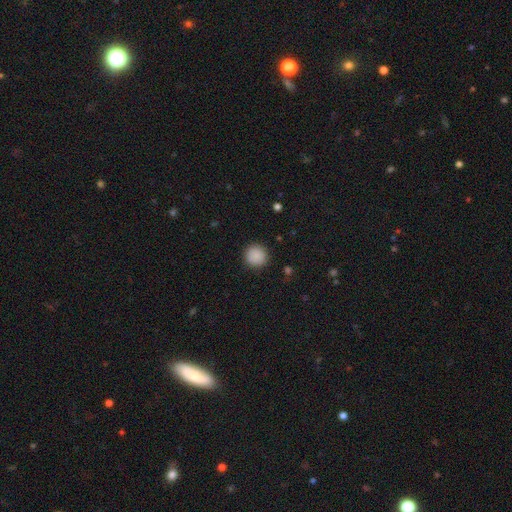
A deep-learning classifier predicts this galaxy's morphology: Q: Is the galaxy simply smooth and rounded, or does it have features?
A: smooth — 89%.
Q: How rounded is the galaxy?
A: round — 94%.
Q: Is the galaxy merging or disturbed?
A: none — 91%.